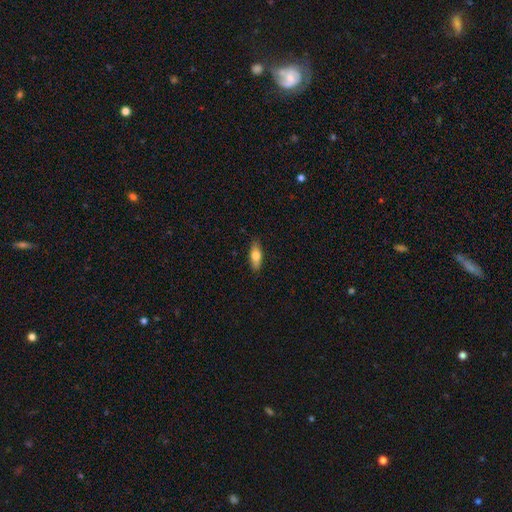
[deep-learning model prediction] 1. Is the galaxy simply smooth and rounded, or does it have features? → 72% smooth, 22% featured or disk, 6% star or artifact.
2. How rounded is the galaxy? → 73% in between, 24% cigar-shaped, 3% round.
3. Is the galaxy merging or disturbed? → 87% none, 10% minor disturbance, 2% major disturbance, 1% merger.